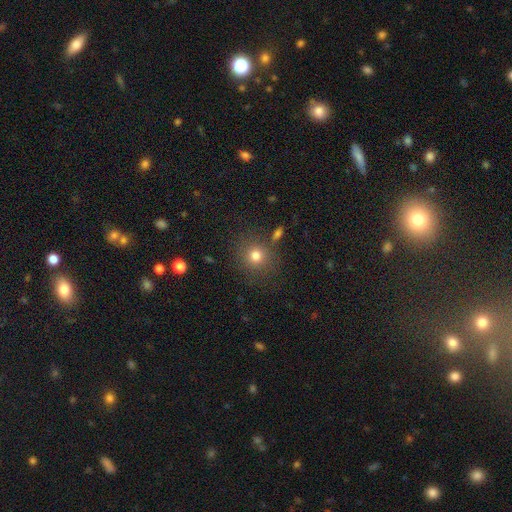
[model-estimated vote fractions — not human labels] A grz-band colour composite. It shows a smooth galaxy with no disk features (78%) that is round (88%). Merging: none (82%).